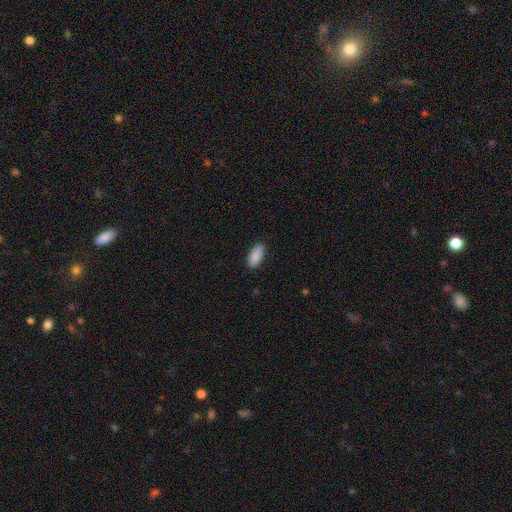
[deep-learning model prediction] Smooth or featured?
  - smooth: 90% *
  - star or artifact: 6%
  - featured or disk: 4%
How rounded?
  - in between: 87% *
  - cigar-shaped: 11%
  - round: 2%
Merging?
  - none: 88% *
  - minor disturbance: 9%
  - major disturbance: 2%
  - merger: 1%